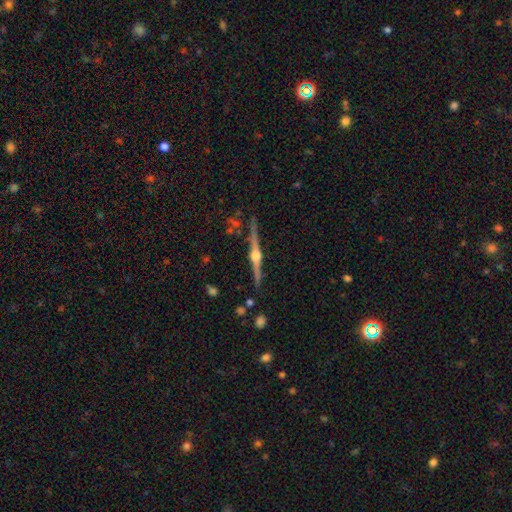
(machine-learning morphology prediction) Smooth or featured? featured or disk (85%)
Edge-on disk? yes (98%)
Edge-on bulge? rounded (96%)
Merging? none (85%)